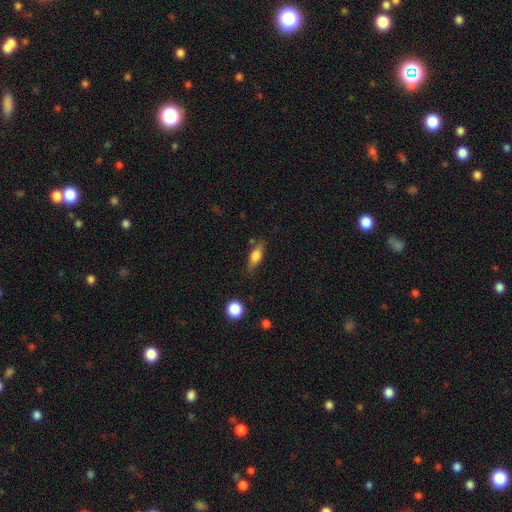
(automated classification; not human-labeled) Smooth or featured: smooth — 68% (featured or disk — 24%)
How rounded: in between — 67% (cigar-shaped — 28%)
Merging: none — 74% (minor disturbance — 18%)